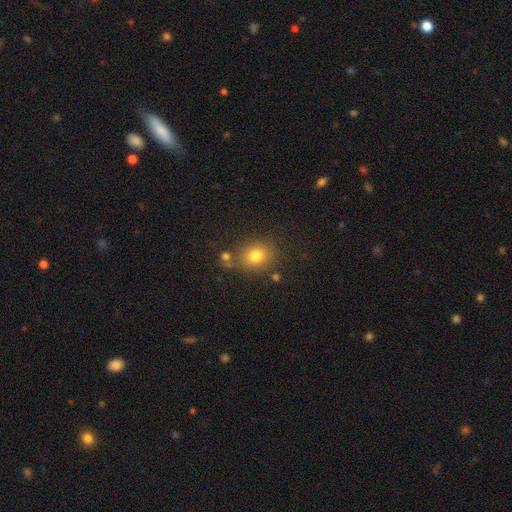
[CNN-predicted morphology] Smooth or featured?
  - smooth: 77% *
  - star or artifact: 13%
  - featured or disk: 9%
How rounded?
  - round: 68% *
  - in between: 30%
  - cigar-shaped: 1%
Merging?
  - none: 73% *
  - minor disturbance: 13%
  - merger: 9%
  - major disturbance: 5%